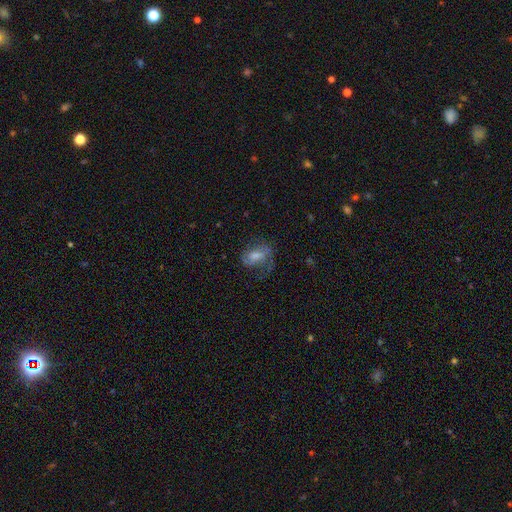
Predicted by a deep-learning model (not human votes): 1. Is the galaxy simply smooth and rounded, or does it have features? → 55% featured or disk, 32% smooth, 13% star or artifact.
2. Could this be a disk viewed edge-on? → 94% no, 6% yes.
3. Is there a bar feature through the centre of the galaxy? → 42% weak, 39% no, 19% strong.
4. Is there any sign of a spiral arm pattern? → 78% yes, 22% no.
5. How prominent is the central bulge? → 49% moderate, 31% small, 11% large, 7% none, 2% dominant.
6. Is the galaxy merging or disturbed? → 53% none, 25% major disturbance, 21% minor disturbance, 2% merger.